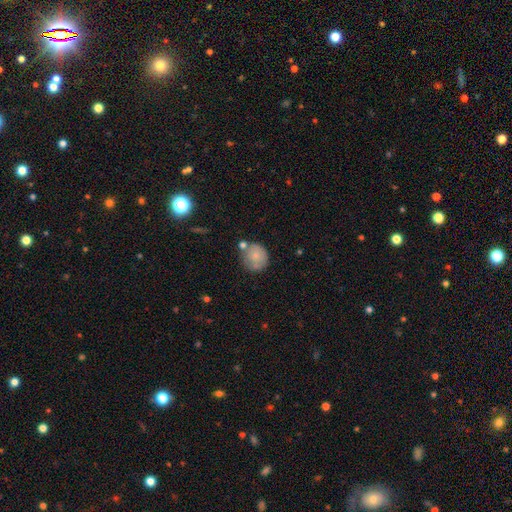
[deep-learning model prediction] Overall: smooth (74%). How rounded: round (84%). Merging: none (61%).